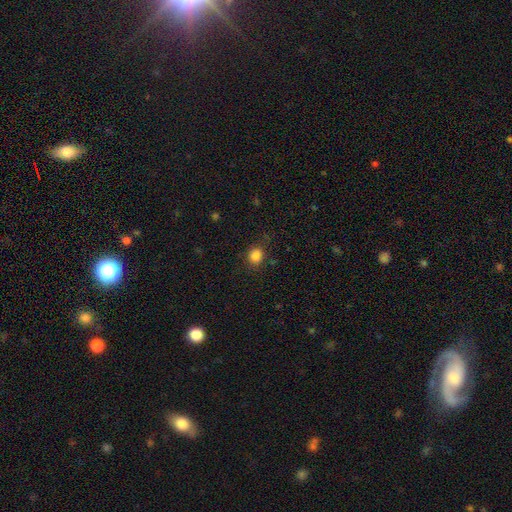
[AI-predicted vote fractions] Overall: smooth (84%). How rounded: round (66%; in between 33%). Merging: none (80%).